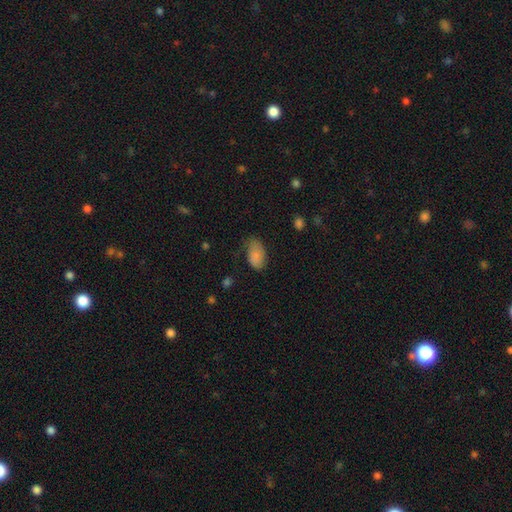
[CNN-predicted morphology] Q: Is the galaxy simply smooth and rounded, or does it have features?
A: smooth — 82%.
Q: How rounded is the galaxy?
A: in between — 93%.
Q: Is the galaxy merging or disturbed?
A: none — 57%.